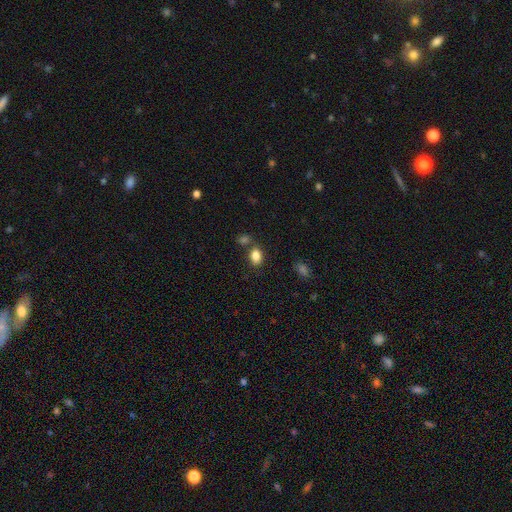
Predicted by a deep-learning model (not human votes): Overall: smooth (85%). How rounded: in between (79%). Merging: none (67%).